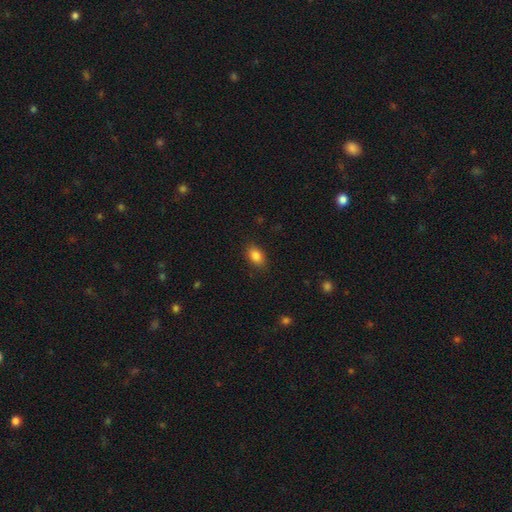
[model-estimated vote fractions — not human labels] This appears to be a smooth galaxy with no disk features (86%) that is in between round and cigar-shaped (84%). Merging: none (87%).